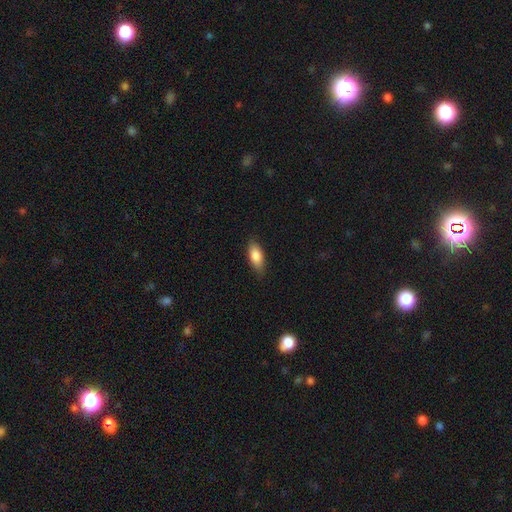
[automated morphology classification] A smooth galaxy with no disk features (84%) that is in between round and cigar-shaped (84%).

Vote fractions:
- Smooth or featured? smooth: 84% / featured or disk: 10% / star or artifact: 6%
- How rounded? in between: 84% / cigar-shaped: 14% / round: 3%
- Merging? none: 84% / minor disturbance: 13% / major disturbance: 2% / merger: 1%